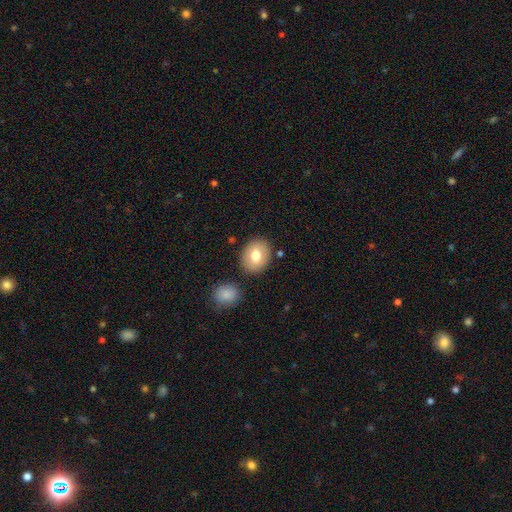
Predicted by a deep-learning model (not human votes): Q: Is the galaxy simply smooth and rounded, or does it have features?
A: smooth — 73%.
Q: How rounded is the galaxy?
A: round — 51%.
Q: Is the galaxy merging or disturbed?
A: none — 83%.